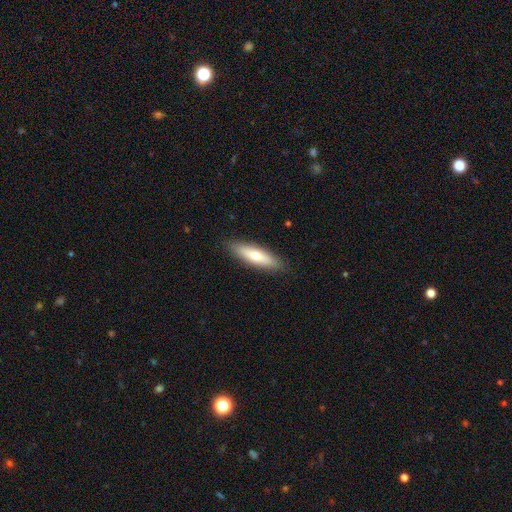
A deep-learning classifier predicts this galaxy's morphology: Smooth or featured: smooth — 67% (featured or disk — 27%)
How rounded: cigar-shaped — 67% (in between — 31%)
Merging: none — 89% (minor disturbance — 9%)